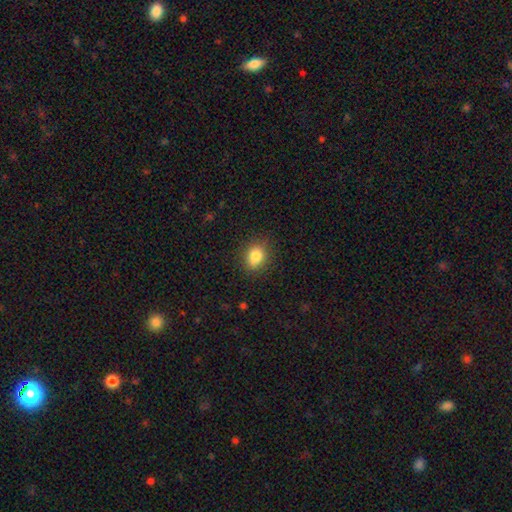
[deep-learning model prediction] This is clearly a smooth galaxy (83%). How rounded: possibly in between (52%). Merging: clearly none (84%).